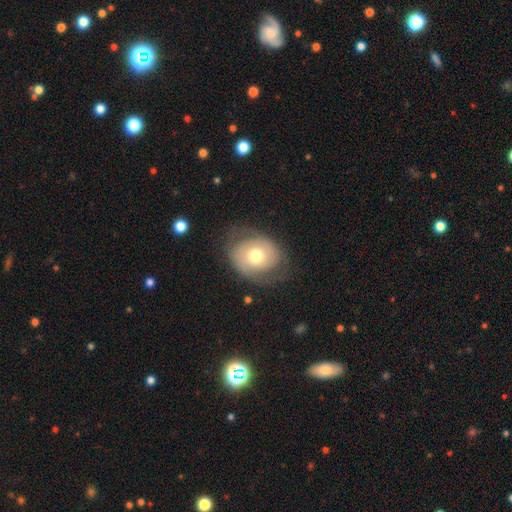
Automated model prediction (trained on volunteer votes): Morphology: type=smooth (50%); merging=none (62%).